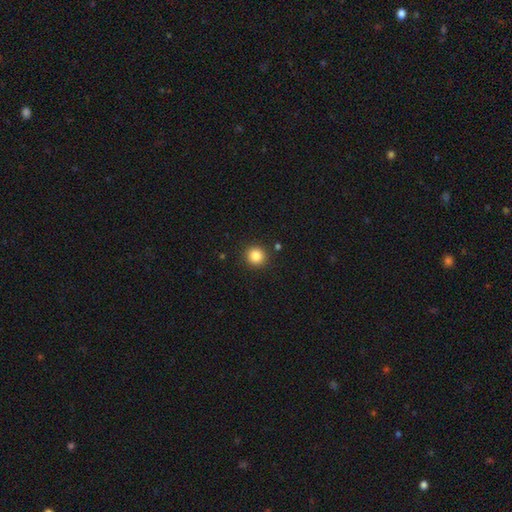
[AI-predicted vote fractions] smooth_or_featured: smooth (p=0.85) [alt: star or artifact p=0.11]
how_rounded: round (p=0.94) [alt: in between p=0.05]
merging: none (p=0.91) [alt: minor disturbance p=0.06]